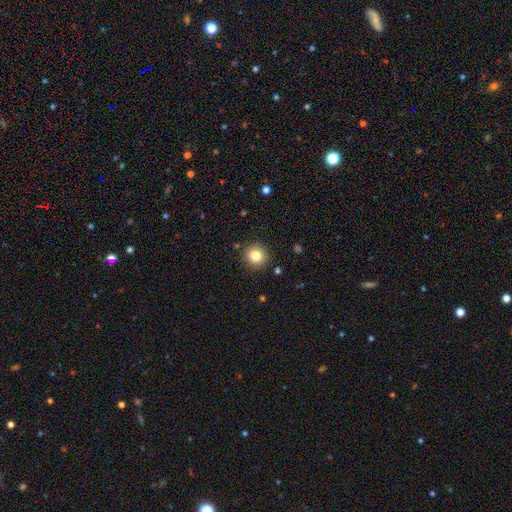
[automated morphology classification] Smooth or featured?
  - smooth: 82% *
  - star or artifact: 11%
  - featured or disk: 7%
How rounded?
  - round: 93% *
  - in between: 6%
  - cigar-shaped: 1%
Merging?
  - none: 90% *
  - minor disturbance: 6%
  - major disturbance: 2%
  - merger: 1%